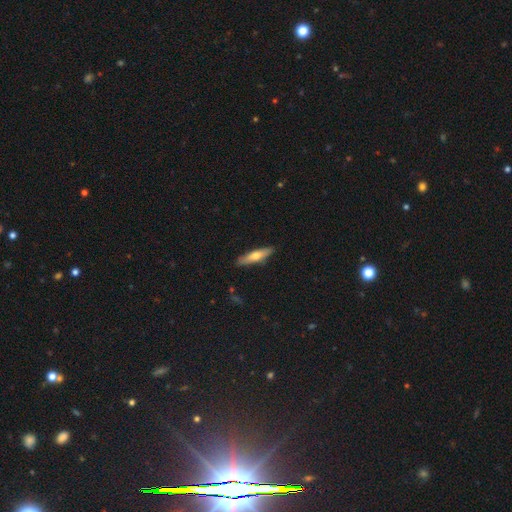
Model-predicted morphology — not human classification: Smooth or featured: smooth — 54% (featured or disk — 40%)
How rounded: cigar-shaped — 78% (in between — 21%)
Merging: none — 88% (minor disturbance — 9%)